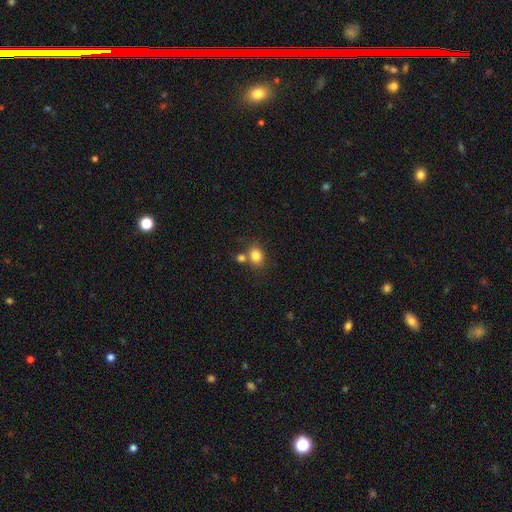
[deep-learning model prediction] This appears to be a smooth galaxy with no disk features (82%) that is in between round and cigar-shaped (51%). Merging: none (57%).